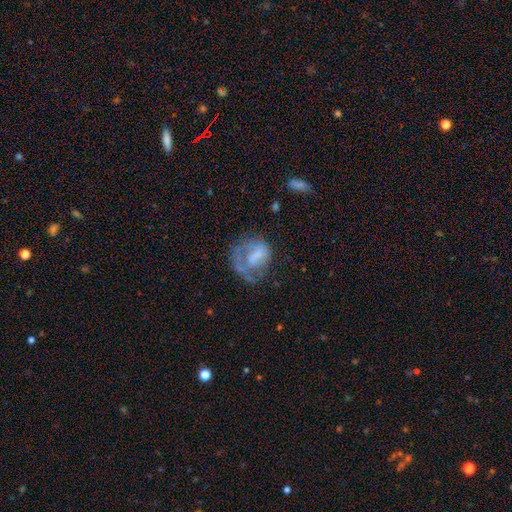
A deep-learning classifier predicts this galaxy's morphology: featured or disk 46%, smooth 44%, star or artifact 10%. Down the decision tree: merging — major disturbance (39%).